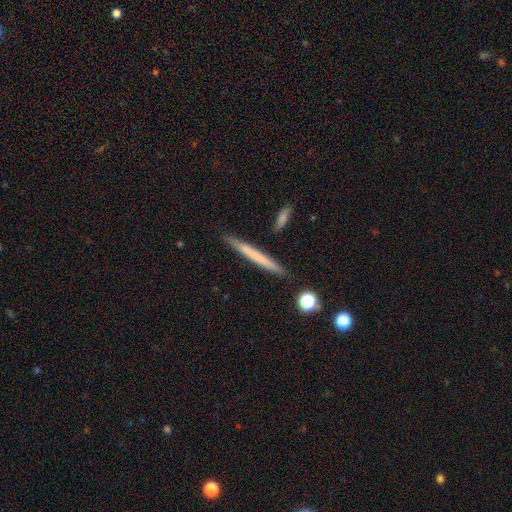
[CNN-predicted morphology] smooth_or_featured: smooth (p=0.59) [alt: featured or disk p=0.35]
how_rounded: cigar-shaped (p=0.97) [alt: in between p=0.02]
merging: none (p=0.87) [alt: minor disturbance p=0.08]